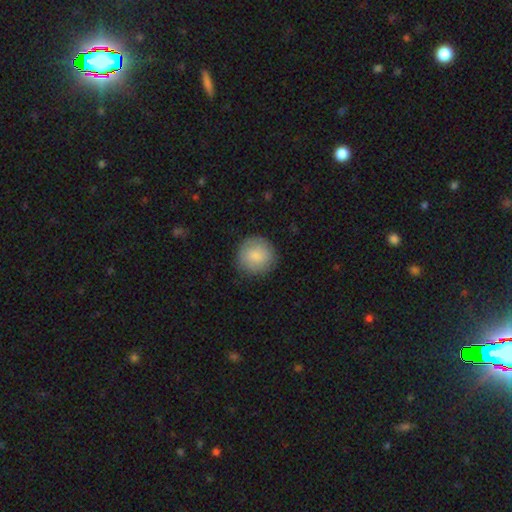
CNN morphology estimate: Q: Smooth or featured?
A: smooth (85%); runner-up: featured or disk (9%)
Q: How rounded?
A: round (94%); runner-up: in between (6%)
Q: Merging?
A: none (86%); runner-up: minor disturbance (10%)